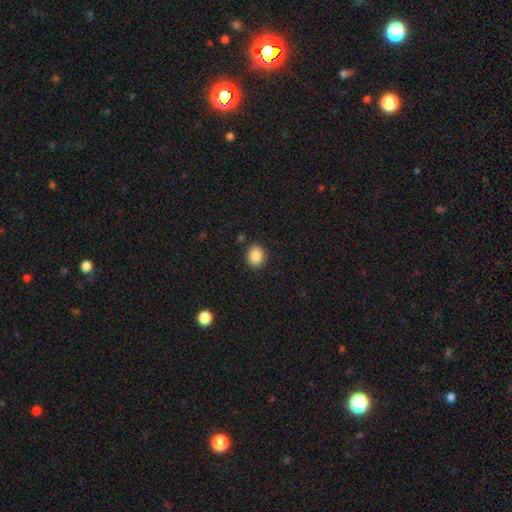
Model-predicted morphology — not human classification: This is clearly a smooth galaxy (88%). How rounded: possibly round (57%). Merging: clearly none (89%).